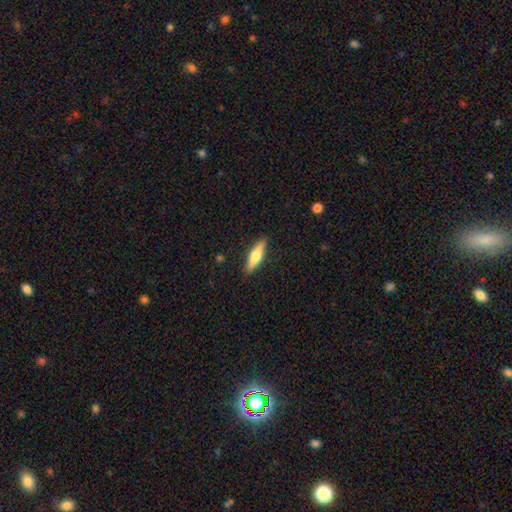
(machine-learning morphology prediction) This appears to be a smooth galaxy with no disk features (55%) that is cigar-shaped (64%). Merging: none (88%).